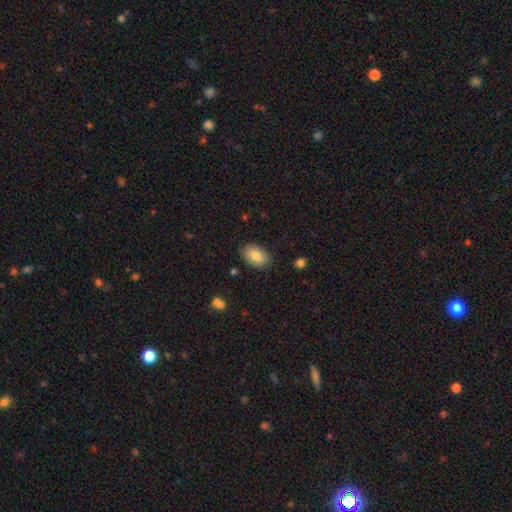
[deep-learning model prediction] Smooth or featured: smooth — 83% (featured or disk — 10%)
How rounded: in between — 89% (round — 10%)
Merging: none — 84% (minor disturbance — 13%)